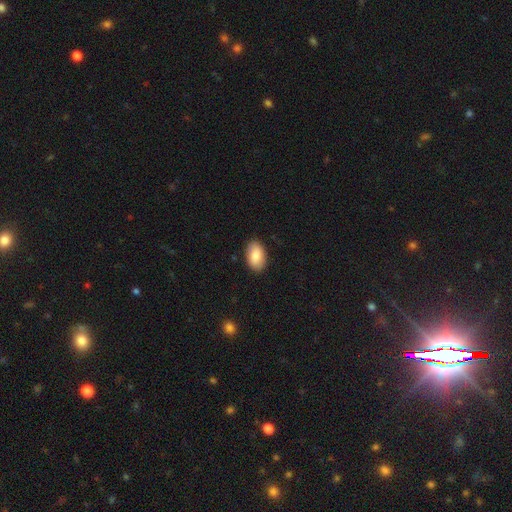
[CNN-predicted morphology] smooth-or-featured: smooth: 84% | featured or disk: 10% | star or artifact: 6%
  how-rounded: in between: 93% | round: 6% | cigar-shaped: 1%
  merging: none: 86% | minor disturbance: 10% | major disturbance: 2% | merger: 1%